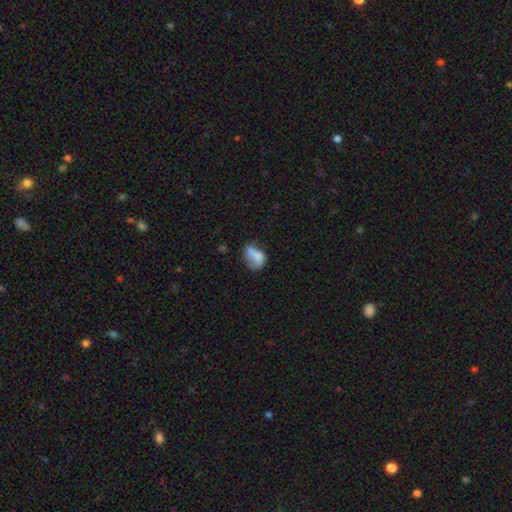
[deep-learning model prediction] smooth-or-featured: smooth: 66% | featured or disk: 24% | star or artifact: 10%
  how-rounded: in between: 73% | round: 25% | cigar-shaped: 2%
  merging: none: 29% | minor disturbance: 28% | major disturbance: 25% | merger: 18%